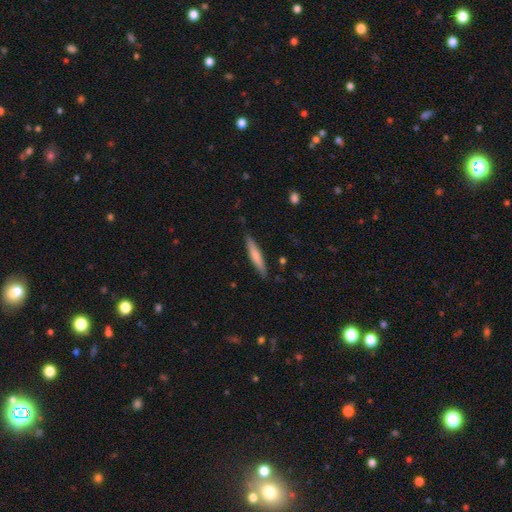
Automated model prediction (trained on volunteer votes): smooth_or_featured: smooth (p=0.67) [alt: featured or disk p=0.27]
how_rounded: cigar-shaped (p=0.92) [alt: in between p=0.06]
merging: none (p=0.87) [alt: minor disturbance p=0.10]